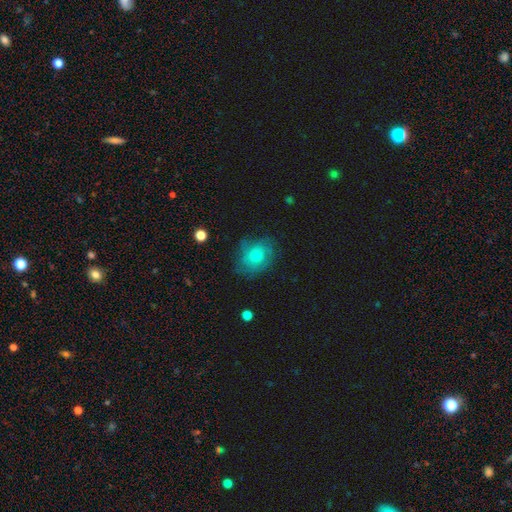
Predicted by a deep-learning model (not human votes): A smooth galaxy with no disk features (50%) that is round (50%).

Vote fractions:
- Smooth or featured? smooth: 50% / featured or disk: 41% / star or artifact: 9%
- How rounded? round: 50% / in between: 49% / cigar-shaped: 1%
- Merging? none: 64% / minor disturbance: 24% / major disturbance: 10% / merger: 1%